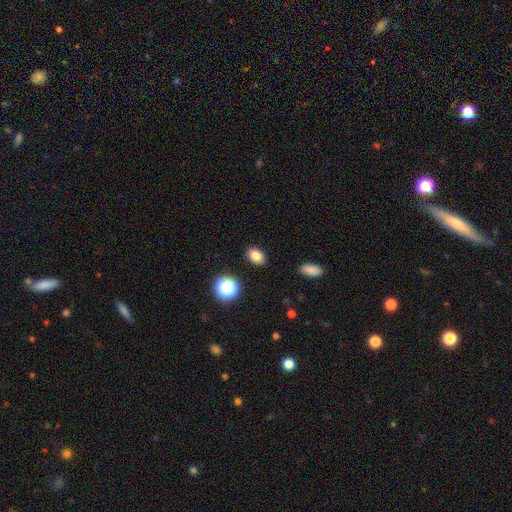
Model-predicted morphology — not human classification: Smooth or featured? Predicted: smooth (p=0.82). How rounded? Predicted: in between (p=0.79). Merging? Predicted: none (p=0.88).